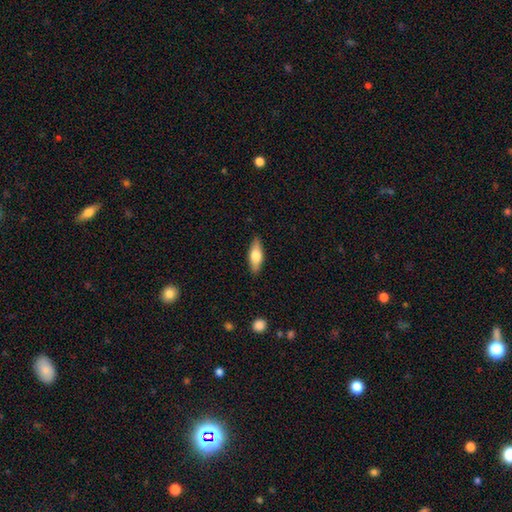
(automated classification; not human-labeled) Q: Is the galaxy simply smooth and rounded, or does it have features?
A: smooth — 66%.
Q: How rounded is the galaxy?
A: in between — 69%.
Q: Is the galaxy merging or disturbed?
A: none — 87%.